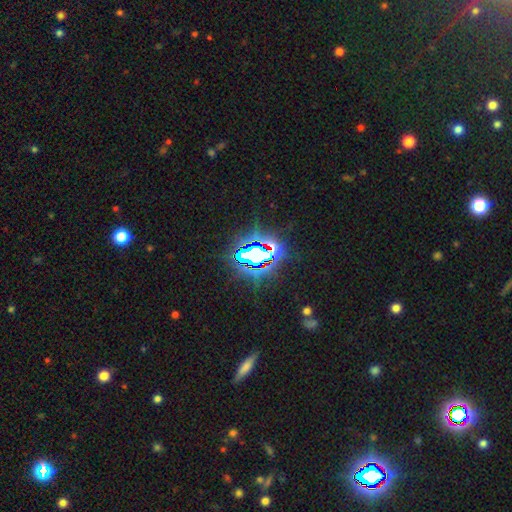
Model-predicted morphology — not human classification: A star or artifact, not a galaxy (78%).